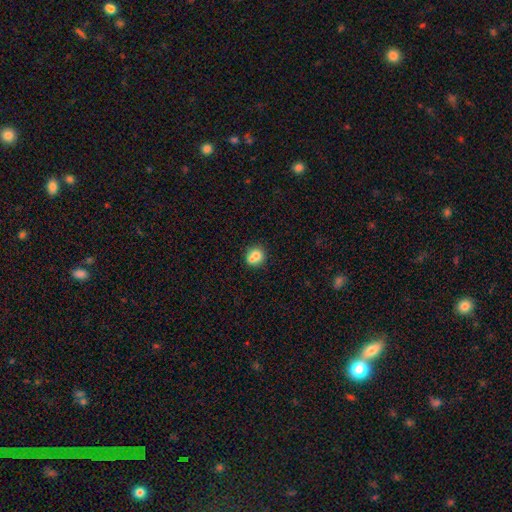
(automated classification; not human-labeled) smooth 73%, featured or disk 17%, star or artifact 10%. Down the decision tree: how rounded — round (82%); merging — none (44%, tied with merger).